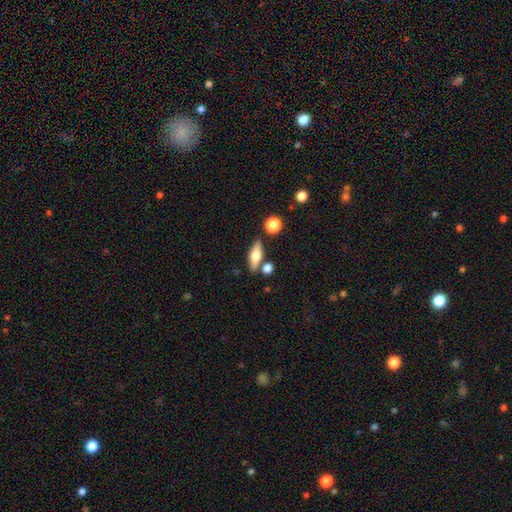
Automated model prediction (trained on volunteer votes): Q: Smooth or featured?
A: smooth (52%); runner-up: featured or disk (41%)
Q: How rounded?
A: in between (55%); runner-up: cigar-shaped (40%)
Q: Merging?
A: none (77%); runner-up: minor disturbance (11%)